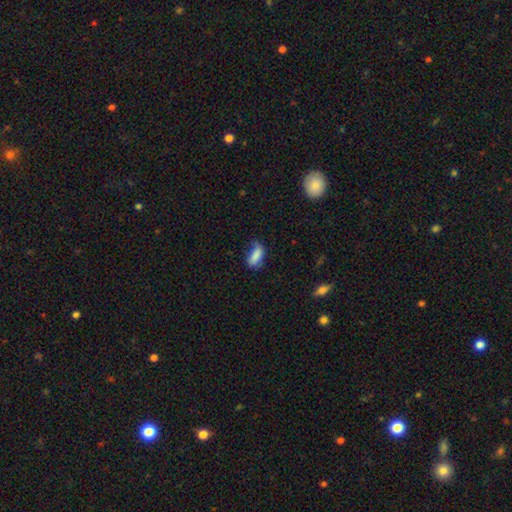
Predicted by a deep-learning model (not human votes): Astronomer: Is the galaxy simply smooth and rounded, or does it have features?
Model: smooth — 81%.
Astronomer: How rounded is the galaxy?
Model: in between — 85%.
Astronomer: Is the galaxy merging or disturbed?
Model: none — 46% (runner-up: minor disturbance, 35%).